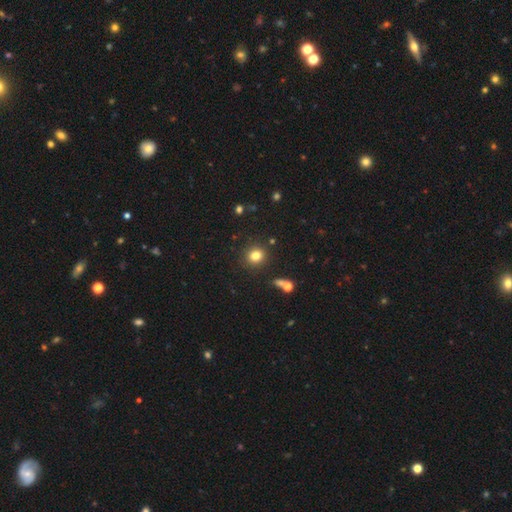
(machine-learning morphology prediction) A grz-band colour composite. It shows a smooth galaxy with no disk features (80%) that is round (87%). Merging: none (87%).